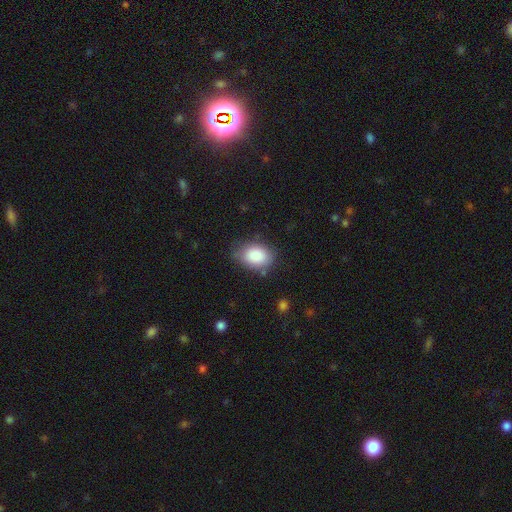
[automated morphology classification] smooth-or-featured: smooth: 87% | star or artifact: 7% | featured or disk: 5%
  how-rounded: in between: 81% | round: 18% | cigar-shaped: 1%
  merging: none: 73% | minor disturbance: 20% | major disturbance: 5% | merger: 2%